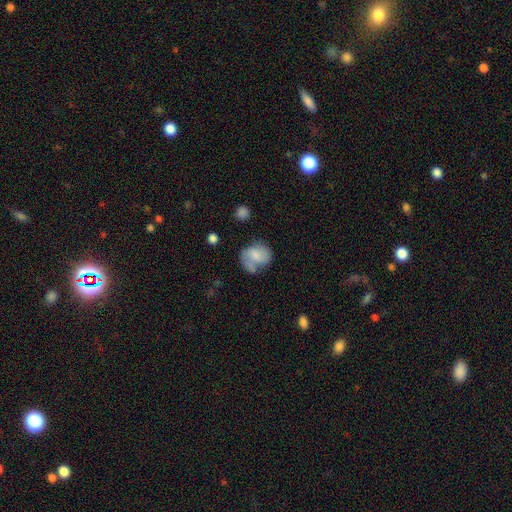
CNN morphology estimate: smooth 57%, featured or disk 35%, star or artifact 8%. Down the decision tree: how rounded — round (58%); merging — none (43%).